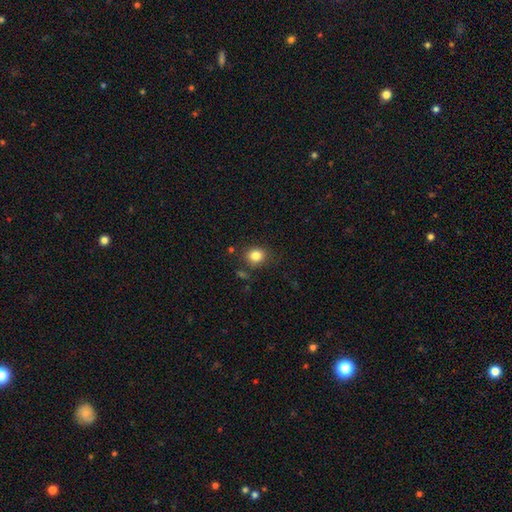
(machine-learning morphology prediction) Smooth or featured? Predicted: smooth (p=0.84). How rounded? Predicted: round (p=0.65). Merging? Predicted: none (p=0.81).